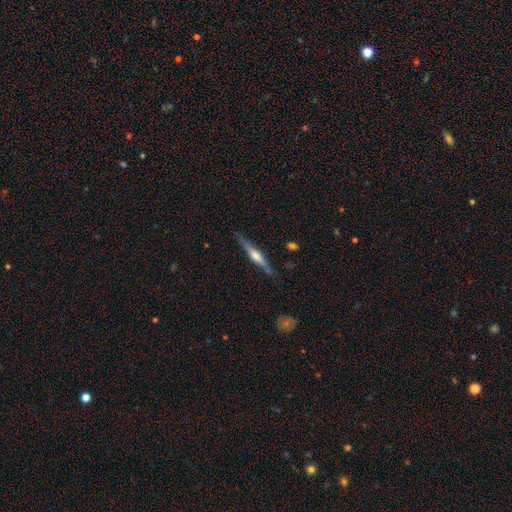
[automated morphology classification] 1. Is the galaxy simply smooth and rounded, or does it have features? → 65% featured or disk, 29% smooth, 6% star or artifact.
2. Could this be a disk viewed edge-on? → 96% yes, 4% no.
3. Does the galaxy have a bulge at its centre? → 65% rounded, 24% boxy, 11% none.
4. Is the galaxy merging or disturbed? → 80% none, 15% minor disturbance, 3% major disturbance, 2% merger.